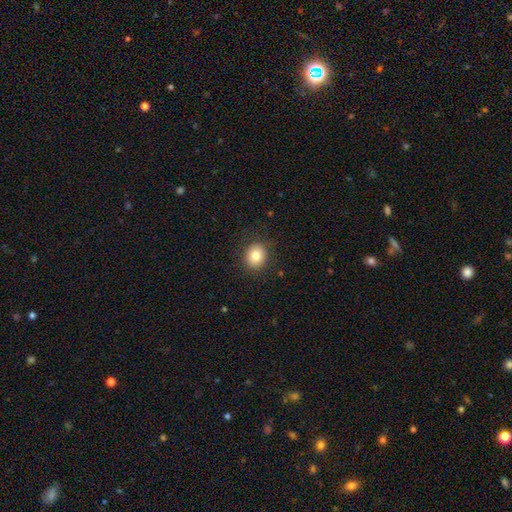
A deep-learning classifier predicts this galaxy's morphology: smooth 82%, star or artifact 10%, featured or disk 8%. Down the decision tree: how rounded — round (71%); merging — none (88%).